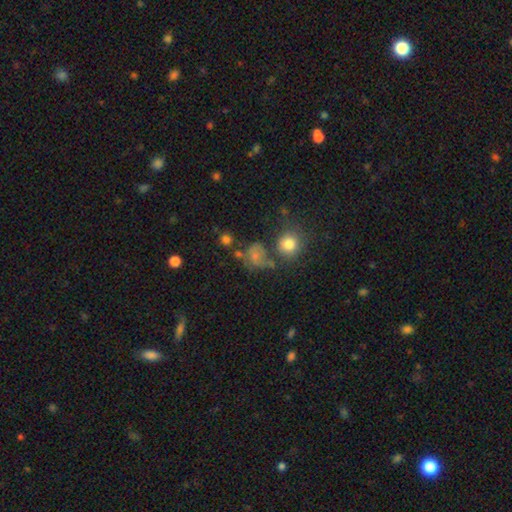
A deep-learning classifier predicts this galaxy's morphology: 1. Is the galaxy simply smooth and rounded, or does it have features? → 63% smooth, 20% featured or disk, 17% star or artifact.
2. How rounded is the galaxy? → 67% round, 31% in between, 1% cigar-shaped.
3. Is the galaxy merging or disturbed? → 42% none, 20% minor disturbance, 20% major disturbance, 18% merger.